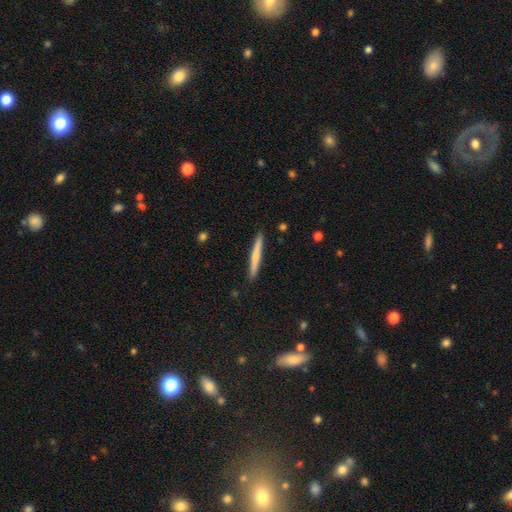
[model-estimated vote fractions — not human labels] Morphology: type=smooth (55%); roundness=cigar-shaped (96%); merging=none (91%).